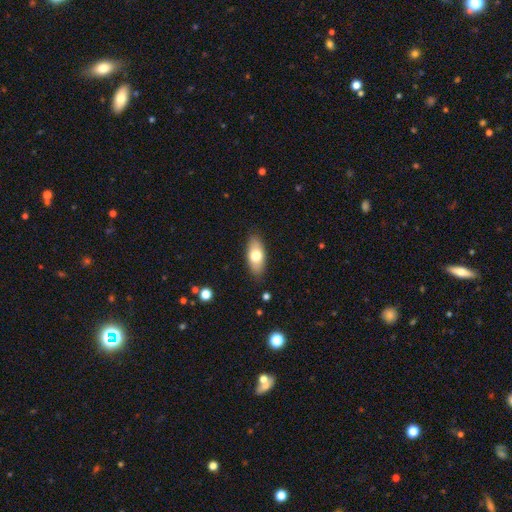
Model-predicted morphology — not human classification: A smooth galaxy with no disk features (73%) that is in between round and cigar-shaped (86%).

Vote fractions:
- Smooth or featured? smooth: 73% / featured or disk: 20% / star or artifact: 6%
- How rounded? in between: 86% / cigar-shaped: 10% / round: 3%
- Merging? none: 86% / minor disturbance: 11% / major disturbance: 2% / merger: 1%